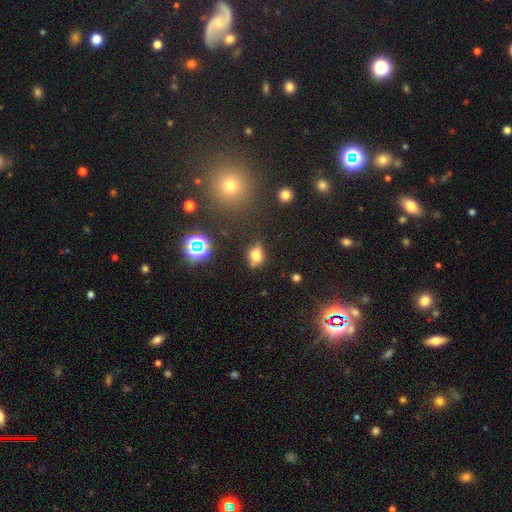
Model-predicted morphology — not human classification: smooth-or-featured: smooth: 62% | star or artifact: 20% | featured or disk: 19%
  how-rounded: in between: 52% | round: 45% | cigar-shaped: 3%
  merging: none: 57% | minor disturbance: 22% | merger: 14% | major disturbance: 8%